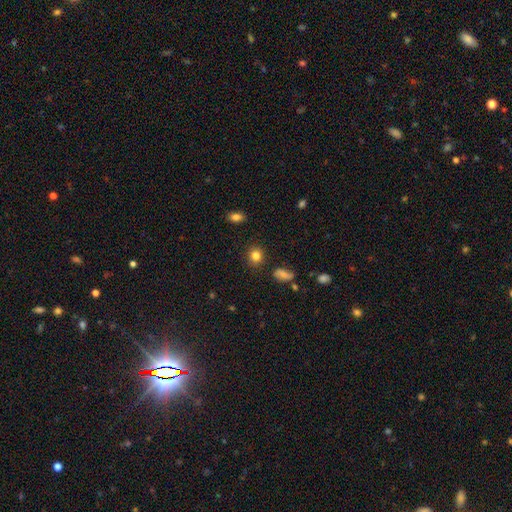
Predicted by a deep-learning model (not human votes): Q: Smooth or featured?
A: smooth (83%); runner-up: star or artifact (11%)
Q: How rounded?
A: round (80%); runner-up: in between (19%)
Q: Merging?
A: none (87%); runner-up: minor disturbance (8%)